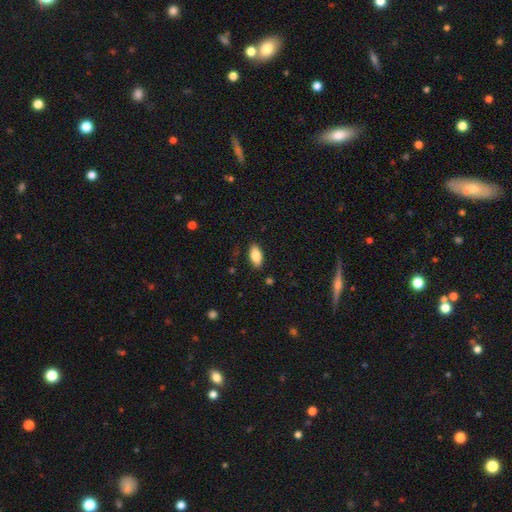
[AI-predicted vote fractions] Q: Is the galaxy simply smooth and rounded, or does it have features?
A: smooth — 82%.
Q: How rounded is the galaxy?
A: in between — 91%.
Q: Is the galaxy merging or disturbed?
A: none — 87%.